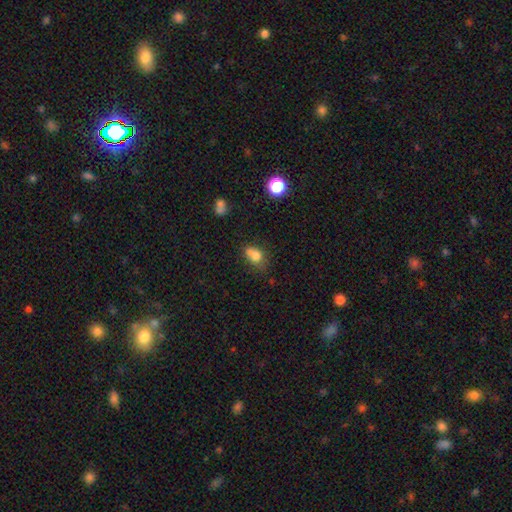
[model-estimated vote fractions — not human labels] Smooth or featured?
  - smooth: 74% *
  - featured or disk: 13%
  - star or artifact: 13%
How rounded?
  - in between: 61% *
  - round: 37%
  - cigar-shaped: 2%
Merging?
  - none: 38% *
  - merger: 29%
  - minor disturbance: 23%
  - major disturbance: 9%